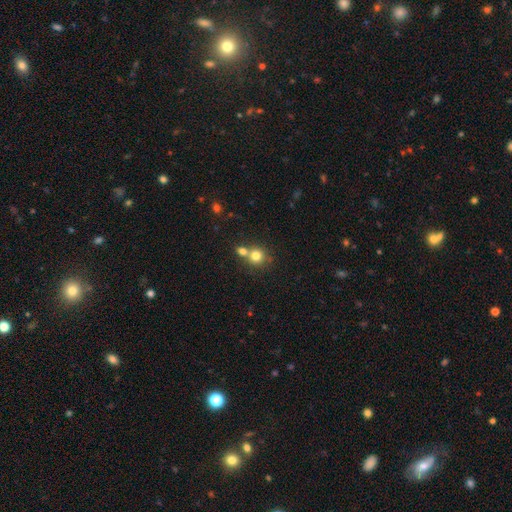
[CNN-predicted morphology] smooth-or-featured: smooth: 78% | star or artifact: 12% | featured or disk: 11%
  how-rounded: round: 87% | in between: 12% | cigar-shaped: 1%
  merging: none: 46% | merger: 44% | minor disturbance: 7% | major disturbance: 3%